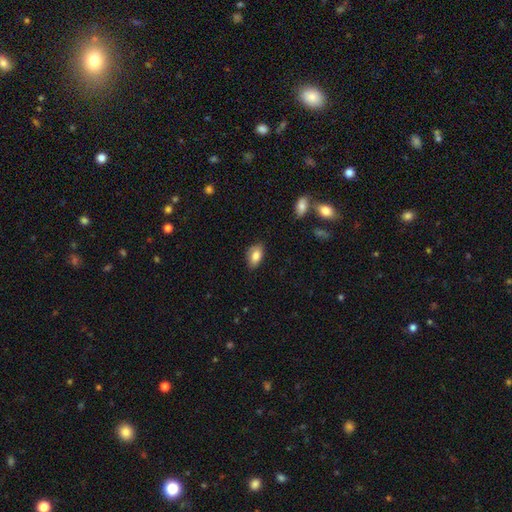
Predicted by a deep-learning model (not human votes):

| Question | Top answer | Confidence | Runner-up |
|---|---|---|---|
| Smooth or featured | smooth | 83% | featured or disk (10%) |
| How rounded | in between | 92% | round (6%) |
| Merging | none | 79% | minor disturbance (17%) |